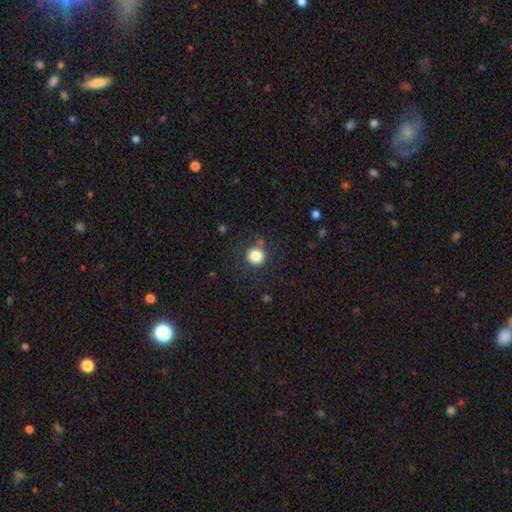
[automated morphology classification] This is clearly a smooth galaxy (84%). How rounded: clearly round (94%). Merging: clearly none (85%).